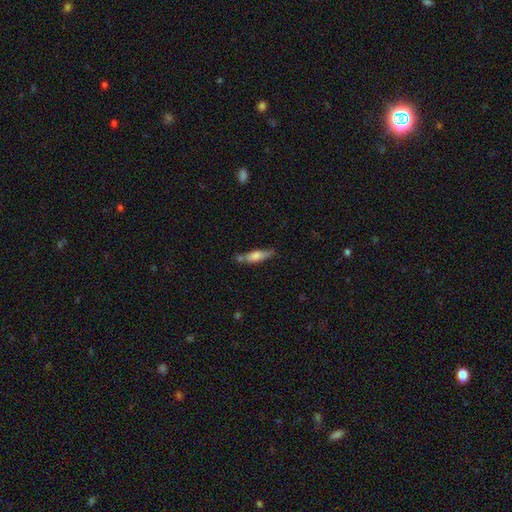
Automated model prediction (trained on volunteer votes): Smooth or featured? smooth (64%)
How rounded? cigar-shaped (66%)
Merging? none (61%)